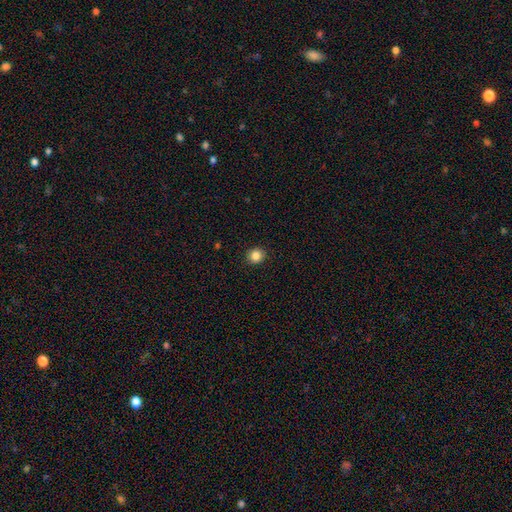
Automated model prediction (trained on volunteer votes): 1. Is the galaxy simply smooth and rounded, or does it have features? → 85% smooth, 11% star or artifact, 4% featured or disk.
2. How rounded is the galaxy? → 88% round, 11% in between, 1% cigar-shaped.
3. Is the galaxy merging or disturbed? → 92% none, 6% minor disturbance, 2% major disturbance, 1% merger.